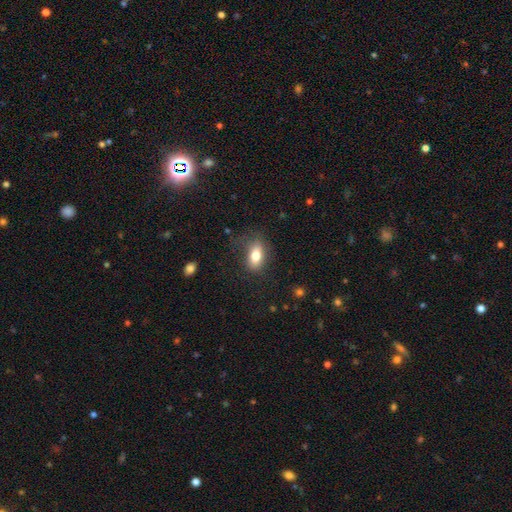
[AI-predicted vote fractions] A smooth galaxy with no disk features (79%) that is in between round and cigar-shaped (88%). Merging: none (69%).